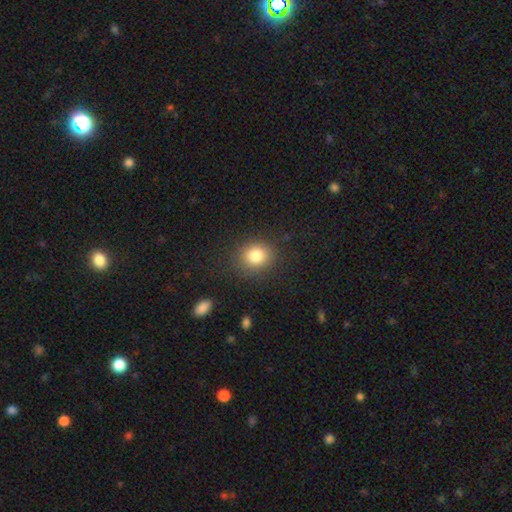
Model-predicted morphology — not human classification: Smooth or featured: smooth — 82% (star or artifact — 11%)
How rounded: round — 73% (in between — 27%)
Merging: none — 85% (minor disturbance — 10%)